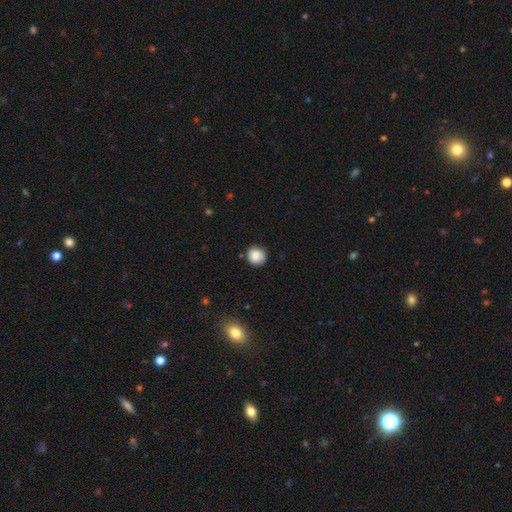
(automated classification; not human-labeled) Q: Smooth or featured?
A: smooth (83%); runner-up: star or artifact (9%)
Q: How rounded?
A: round (88%); runner-up: in between (11%)
Q: Merging?
A: none (81%); runner-up: minor disturbance (14%)